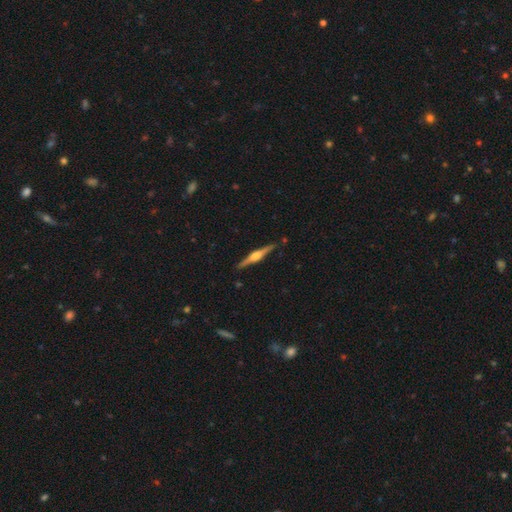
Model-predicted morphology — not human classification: This appears to be a featured or disk galaxy (81%) viewed edge-on (98%) with a rounded central bulge (88%). Merging: none (90%).